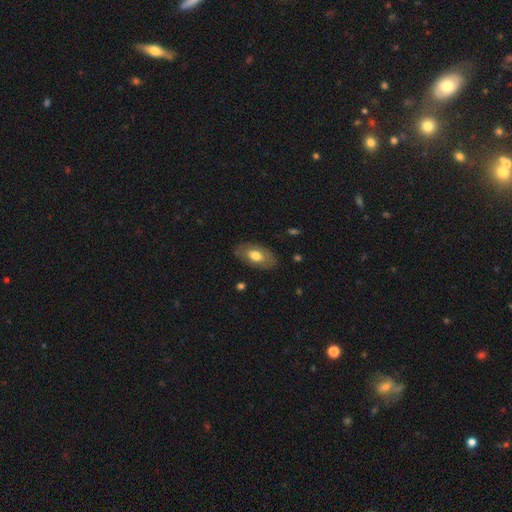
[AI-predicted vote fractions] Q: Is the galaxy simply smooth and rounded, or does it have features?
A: smooth — 63%.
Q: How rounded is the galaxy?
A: in between — 92%.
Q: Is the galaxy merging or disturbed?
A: none — 80%.